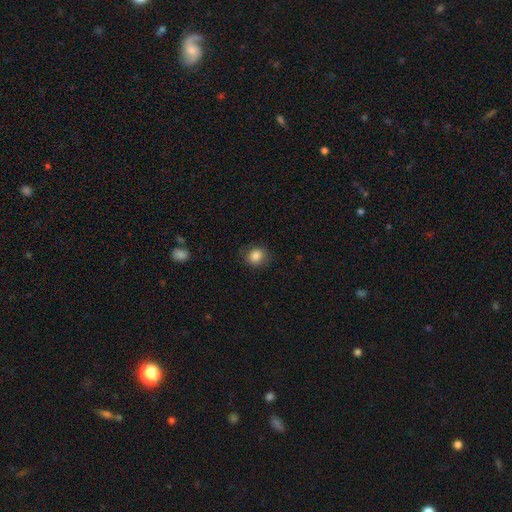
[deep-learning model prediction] smooth-or-featured: smooth: 84% | star or artifact: 9% | featured or disk: 7%
  how-rounded: round: 68% | in between: 31% | cigar-shaped: 1%
  merging: none: 80% | minor disturbance: 15% | major disturbance: 5% | merger: 1%